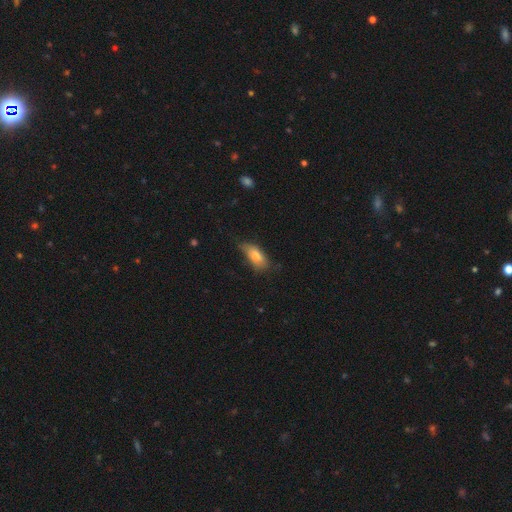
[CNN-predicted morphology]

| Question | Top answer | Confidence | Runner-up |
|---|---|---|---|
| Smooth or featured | smooth | 78% | featured or disk (14%) |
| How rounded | in between | 85% | cigar-shaped (12%) |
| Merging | none | 51% | minor disturbance (36%) |